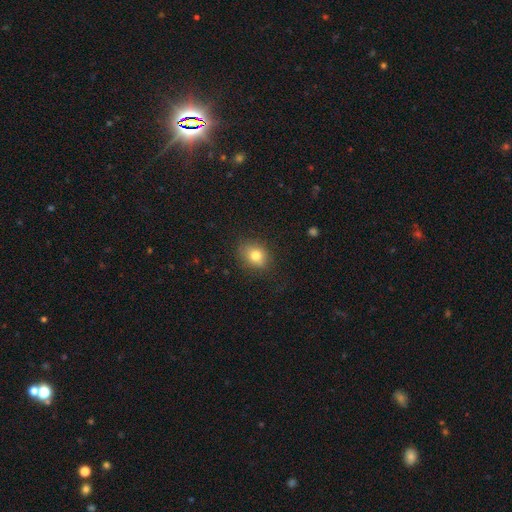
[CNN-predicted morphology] Overall: smooth (78%). How rounded: in between (51%; round 48%). Merging: none (81%).